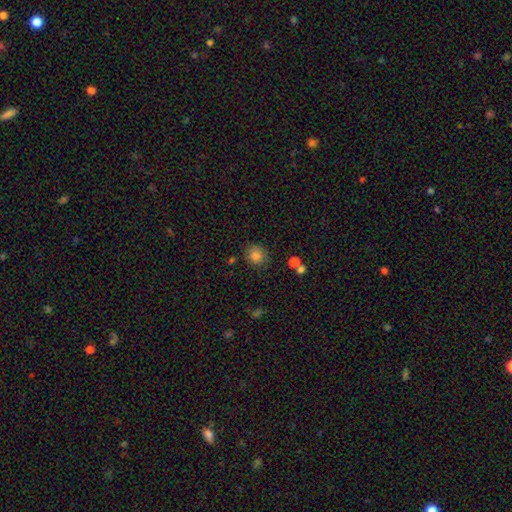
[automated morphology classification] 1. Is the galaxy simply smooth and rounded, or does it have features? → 85% smooth, 10% star or artifact, 5% featured or disk.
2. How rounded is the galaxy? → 82% round, 17% in between, 1% cigar-shaped.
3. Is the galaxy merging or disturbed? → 81% none, 11% minor disturbance, 4% merger, 3% major disturbance.